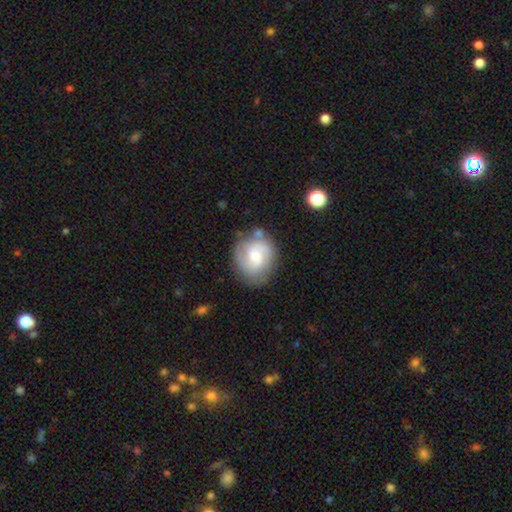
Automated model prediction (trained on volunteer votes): This is likely a featured or disk galaxy (62%). It is clearly not viewed edge-on (98%). Bar: possibly no (51%). Spiral arm pattern: clearly yes (90%). Spiral arm count: likely 2 (66%). Spiral winding: possibly medium (45%). Central bulge: possibly moderate (49%). Merging: likely none (68%).